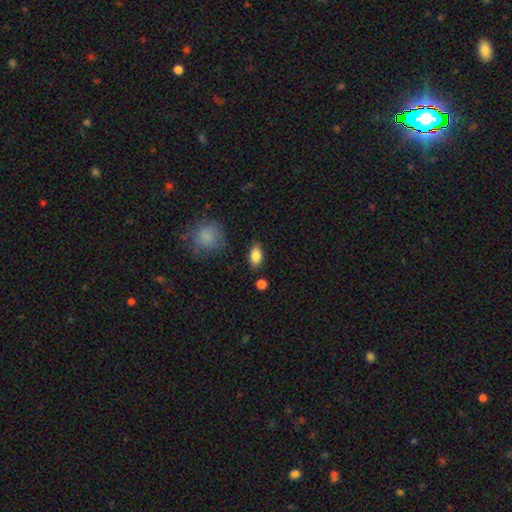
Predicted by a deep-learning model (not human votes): This is clearly a smooth galaxy (86%). How rounded: clearly in between (89%). Merging: clearly none (83%).